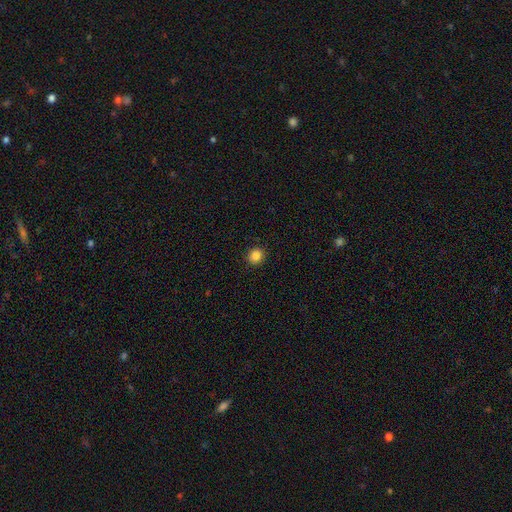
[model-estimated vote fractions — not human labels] smooth 85%, star or artifact 11%, featured or disk 4%. Down the decision tree: how rounded — round (87%); merging — none (92%).